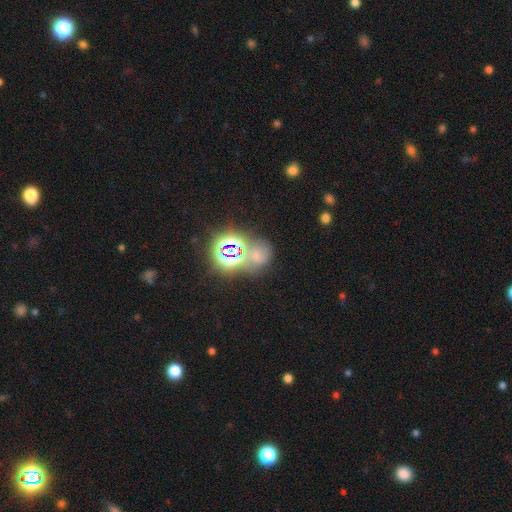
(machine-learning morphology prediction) The model was most divided on "smooth or featured": star or artifact: 48%, smooth: 39%, featured or disk: 14%.